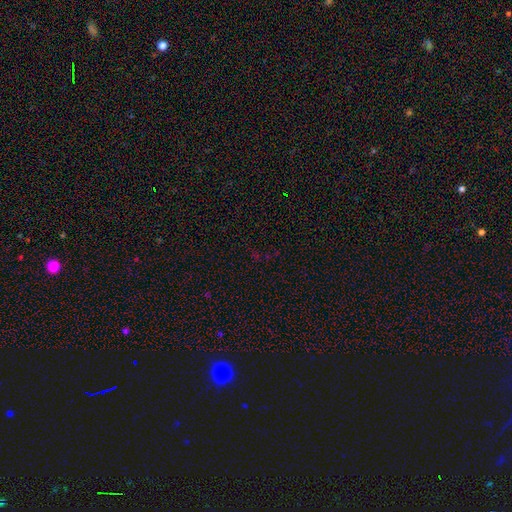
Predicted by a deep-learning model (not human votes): A star or artifact, not a galaxy (66%).